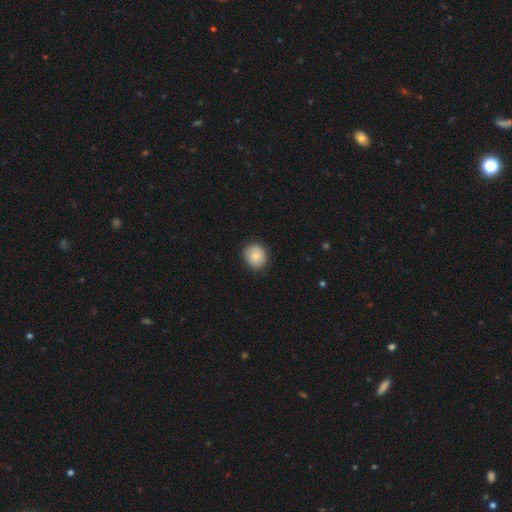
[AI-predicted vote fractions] smooth_or_featured: smooth (p=0.84) [alt: featured or disk p=0.09]
how_rounded: round (p=0.79) [alt: in between p=0.20]
merging: none (p=0.82) [alt: minor disturbance p=0.14]